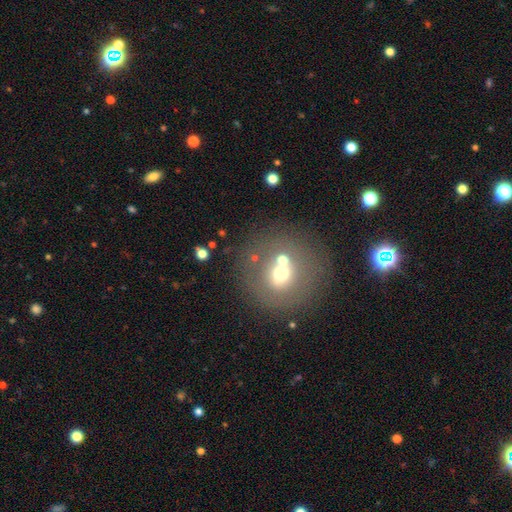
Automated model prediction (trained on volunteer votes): This is possibly a smooth galaxy (52%). How rounded: clearly round (90%). Merging: likely none (60%).